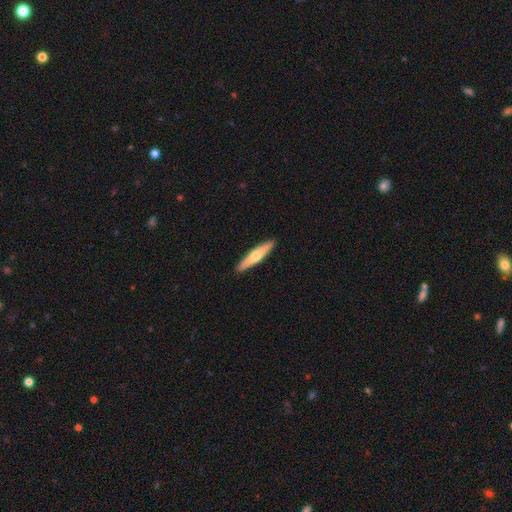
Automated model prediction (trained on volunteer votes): Smooth or featured: smooth — 50% (featured or disk — 45%)
Merging: none — 92% (minor disturbance — 6%)